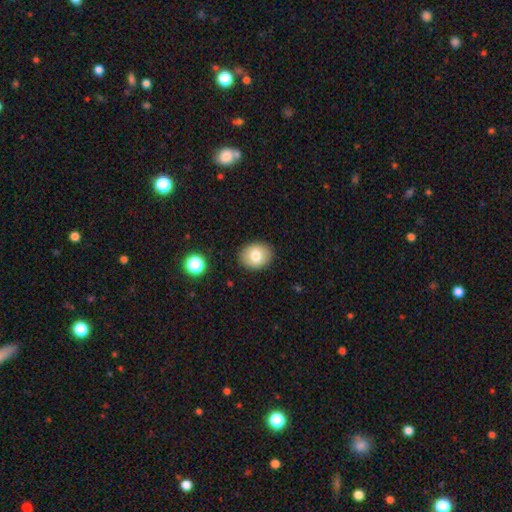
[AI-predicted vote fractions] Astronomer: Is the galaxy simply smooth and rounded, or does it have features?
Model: smooth — 78%.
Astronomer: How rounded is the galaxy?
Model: round — 54% (runner-up: in between, 45%).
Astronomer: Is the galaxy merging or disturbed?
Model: none — 89%.